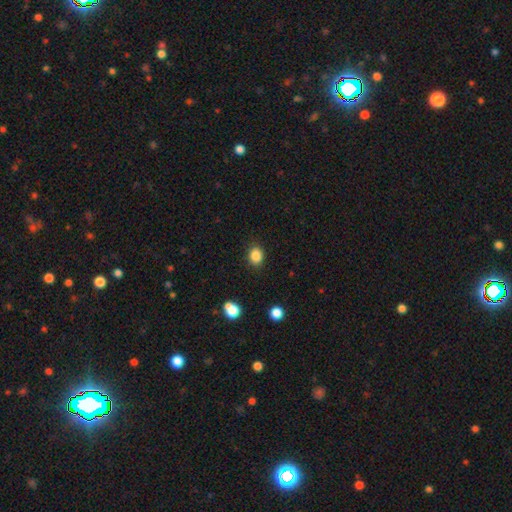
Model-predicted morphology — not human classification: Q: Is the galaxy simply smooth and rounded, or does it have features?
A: smooth — 86%.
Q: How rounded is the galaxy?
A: round — 56%.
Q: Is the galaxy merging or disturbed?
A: none — 88%.